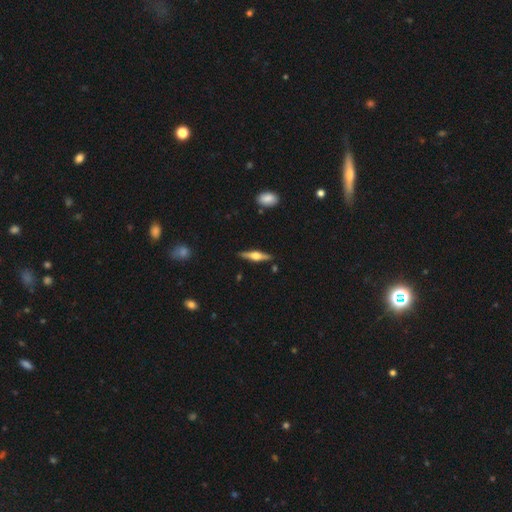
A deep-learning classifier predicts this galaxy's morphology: Smooth or featured? featured or disk (68%)
Edge-on disk? yes (97%)
Edge-on bulge? rounded (91%)
Merging? none (88%)